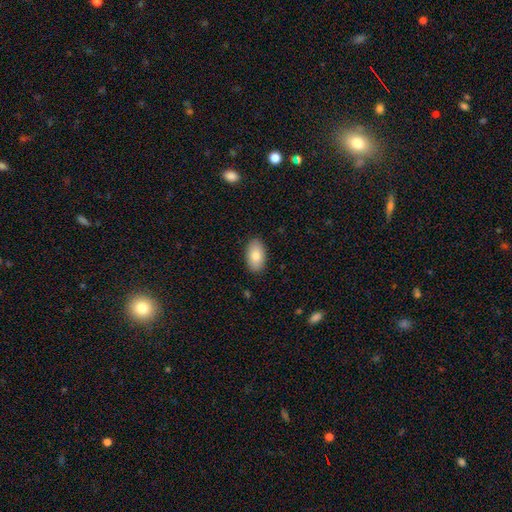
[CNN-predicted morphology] The model was most divided on "smooth or featured": smooth: 81%, featured or disk: 12%, star or artifact: 7%. More confident: how rounded — in between (94%); merging — none (88%).